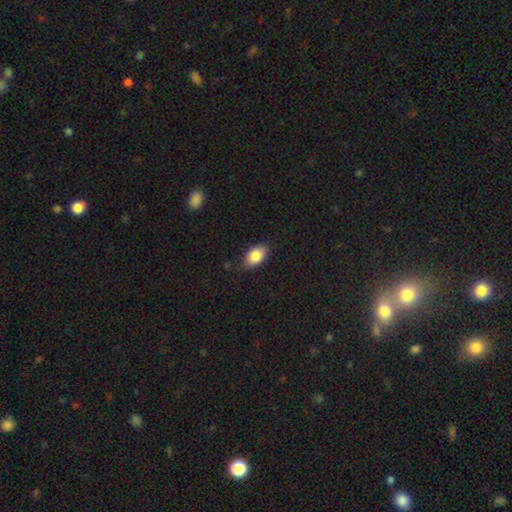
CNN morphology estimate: The model was most divided on "merging": none: 84%, minor disturbance: 13%, major disturbance: 3%, merger: 1%. More confident: how rounded — in between (88%); smooth or featured — smooth (85%).